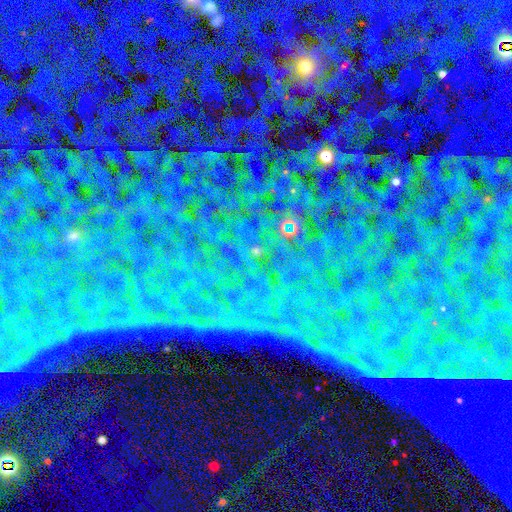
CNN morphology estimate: Overall: star or artifact (87%).